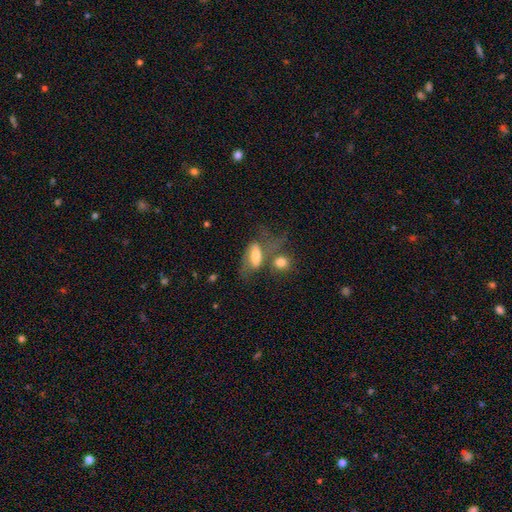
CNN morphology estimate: A smooth galaxy with no disk features (51%) that is in between round and cigar-shaped (82%).

Vote fractions:
- Smooth or featured? smooth: 51% / featured or disk: 41% / star or artifact: 8%
- How rounded? in between: 82% / cigar-shaped: 12% / round: 6%
- Merging? none: 34% / merger: 27% / major disturbance: 21% / minor disturbance: 18%